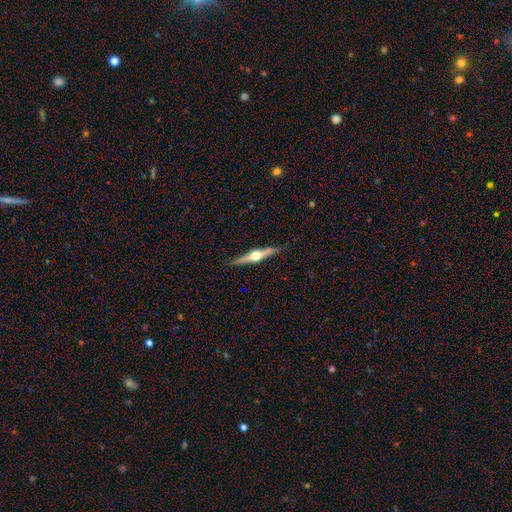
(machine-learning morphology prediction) smooth-or-featured: featured or disk: 77% | smooth: 17% | star or artifact: 5%
  disk-edge-on: yes: 98% | no: 2%
    edge-on-bulge: rounded: 94% | boxy: 4% | none: 2%
  merging: none: 89% | minor disturbance: 8% | major disturbance: 2% | merger: 1%